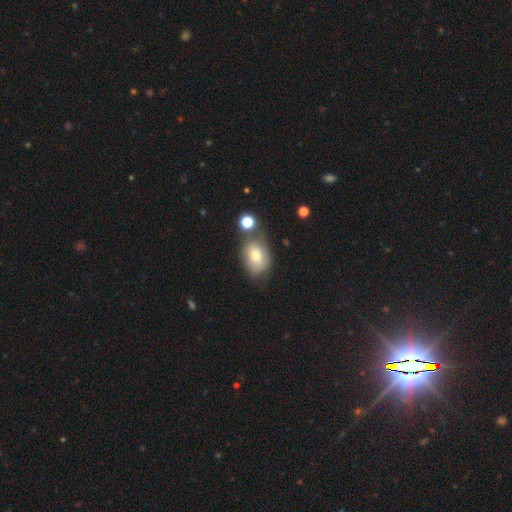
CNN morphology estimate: The model was most divided on "merging": none: 54%, minor disturbance: 23%, merger: 15%, major disturbance: 8%. More confident: how rounded — in between (81%); smooth or featured — smooth (75%).